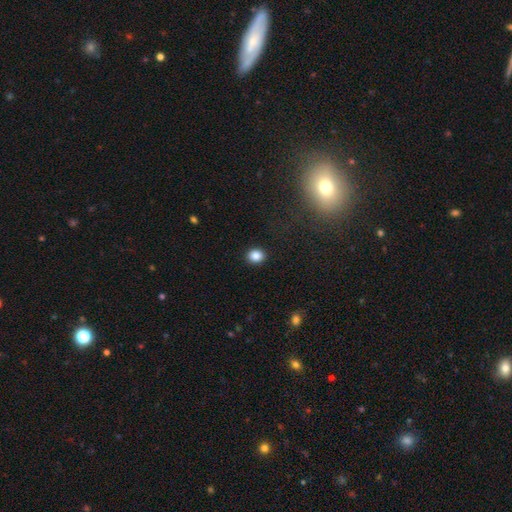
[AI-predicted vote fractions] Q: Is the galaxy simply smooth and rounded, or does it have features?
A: smooth — 85%.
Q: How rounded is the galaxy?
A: round — 70%.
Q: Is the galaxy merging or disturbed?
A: none — 91%.